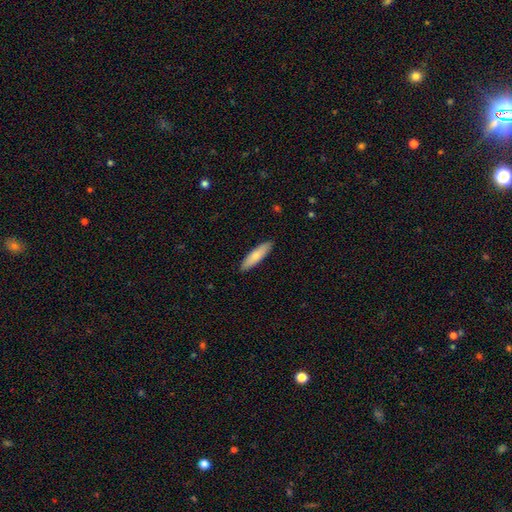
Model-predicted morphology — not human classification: This appears to be a smooth galaxy with no disk features (74%) that is cigar-shaped (69%). Merging: none (90%).